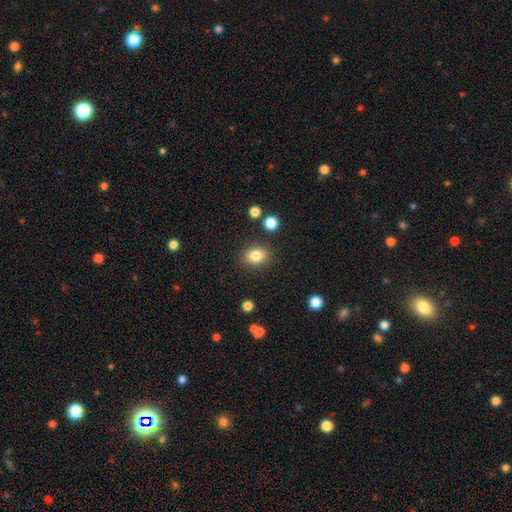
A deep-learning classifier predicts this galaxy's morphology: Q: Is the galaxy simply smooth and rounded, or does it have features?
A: smooth — 83%.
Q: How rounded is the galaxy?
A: in between — 54%.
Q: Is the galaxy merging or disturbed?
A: none — 84%.